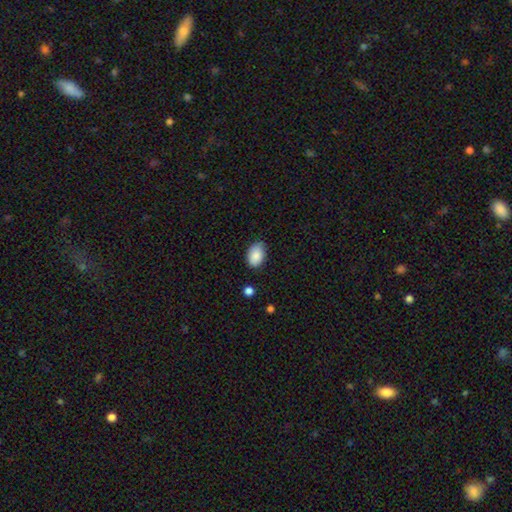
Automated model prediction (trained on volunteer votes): This appears to be a smooth galaxy with no disk features (88%) that is in between round and cigar-shaped (90%). Merging: none (72%).